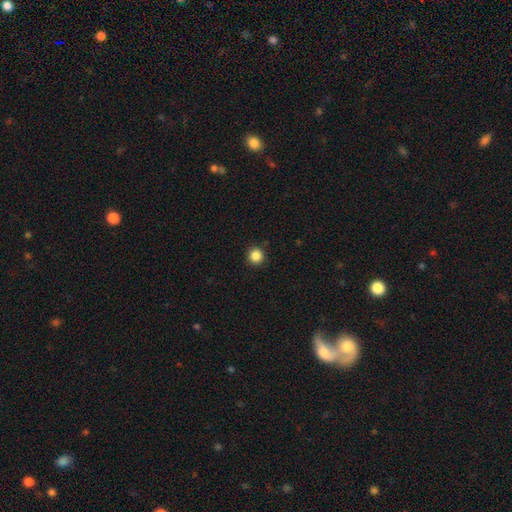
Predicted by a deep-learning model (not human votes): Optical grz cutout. It shows a smooth galaxy with no disk features (86%) that is round (96%). Merging: none (92%).